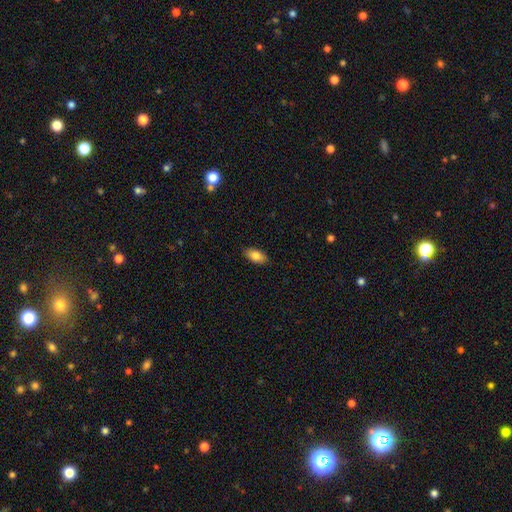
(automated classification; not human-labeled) Smooth or featured: smooth — 83% (featured or disk — 9%)
How rounded: in between — 91% (cigar-shaped — 5%)
Merging: none — 88% (minor disturbance — 9%)